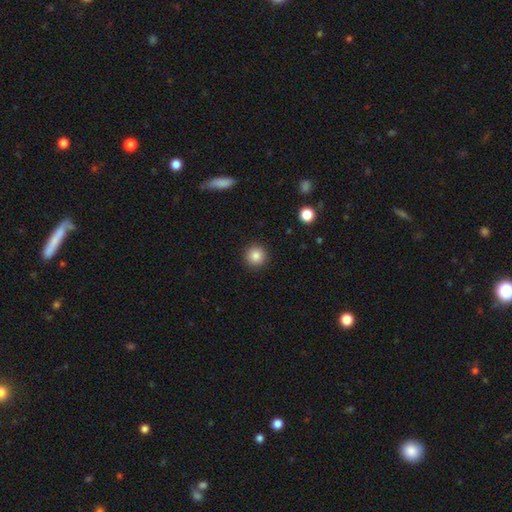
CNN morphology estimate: A smooth galaxy with no disk features (84%) that is round (95%).

Vote fractions:
- Smooth or featured? smooth: 84% / star or artifact: 10% / featured or disk: 5%
- How rounded? round: 95% / in between: 4% / cigar-shaped: 1%
- Merging? none: 92% / minor disturbance: 5% / major disturbance: 2% / merger: 1%